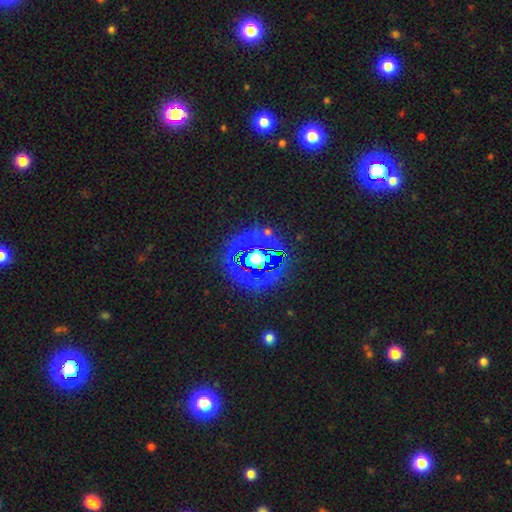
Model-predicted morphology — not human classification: type=star or artifact (74%).